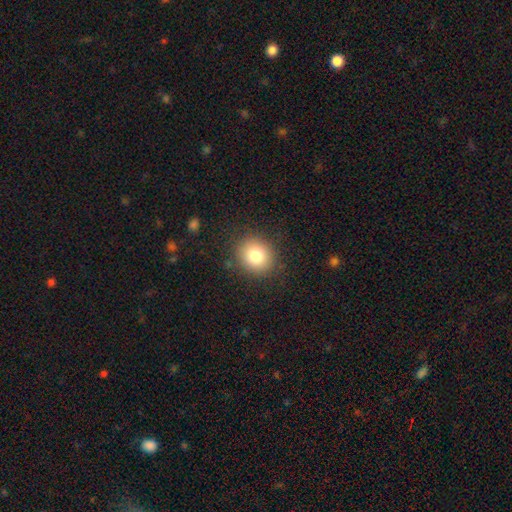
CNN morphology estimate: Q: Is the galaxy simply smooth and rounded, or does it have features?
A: smooth — 81%.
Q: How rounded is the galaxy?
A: round — 78%.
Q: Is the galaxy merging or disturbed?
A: none — 86%.